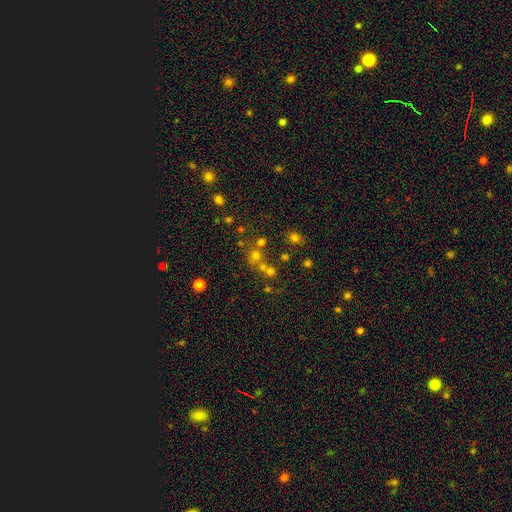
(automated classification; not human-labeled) The model was most divided on "smooth or featured": star or artifact: 45%, smooth: 37%, featured or disk: 18%.